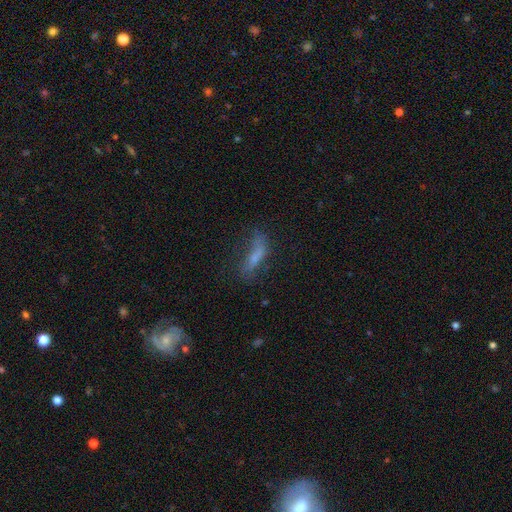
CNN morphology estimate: smooth 55%, featured or disk 32%, star or artifact 12%. Down the decision tree: how rounded — cigar-shaped (61%); merging — none (49%).